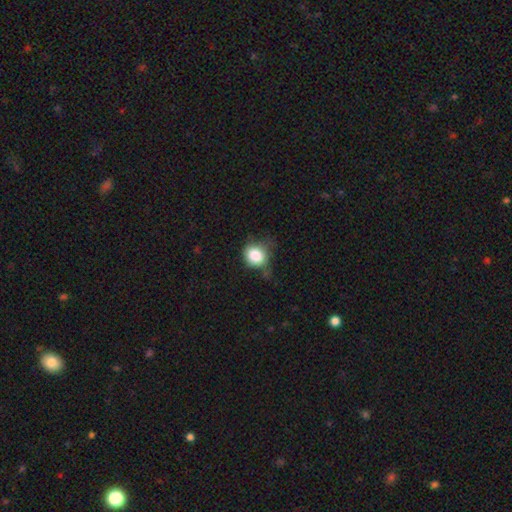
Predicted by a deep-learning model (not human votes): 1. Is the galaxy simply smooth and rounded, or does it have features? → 83% smooth, 10% star or artifact, 7% featured or disk.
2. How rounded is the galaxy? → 77% round, 23% in between, 1% cigar-shaped.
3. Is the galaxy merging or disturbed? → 51% none, 34% minor disturbance, 12% major disturbance, 3% merger.